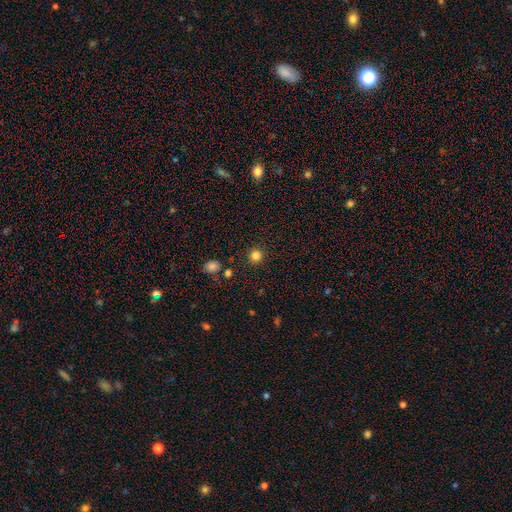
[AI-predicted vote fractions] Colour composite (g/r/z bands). It shows a smooth galaxy with no disk features (83%) that is round (94%). Merging: none (91%).